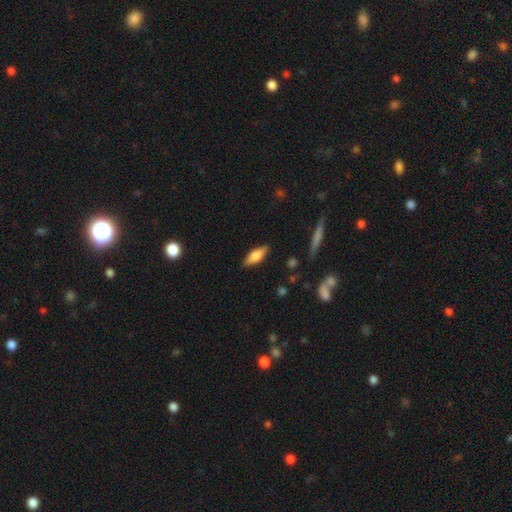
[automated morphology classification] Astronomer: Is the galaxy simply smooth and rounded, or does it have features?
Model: smooth — 59% (runner-up: featured or disk, 34%).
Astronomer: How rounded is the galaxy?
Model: in between — 62%.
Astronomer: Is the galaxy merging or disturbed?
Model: none — 86%.